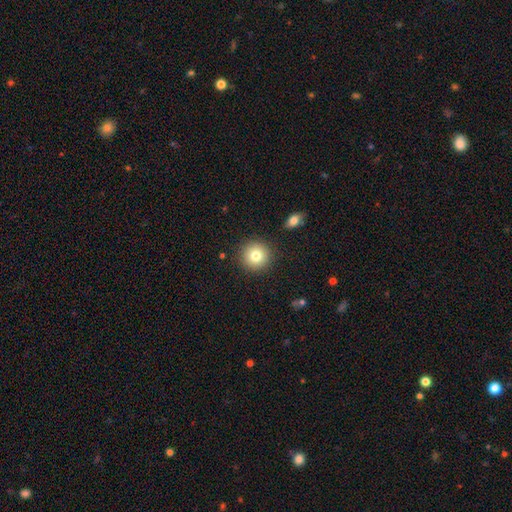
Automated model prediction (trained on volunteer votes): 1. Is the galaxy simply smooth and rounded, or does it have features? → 79% smooth, 11% star or artifact, 10% featured or disk.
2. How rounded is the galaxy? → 95% round, 4% in between, 1% cigar-shaped.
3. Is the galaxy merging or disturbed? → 89% none, 7% minor disturbance, 2% major disturbance, 2% merger.